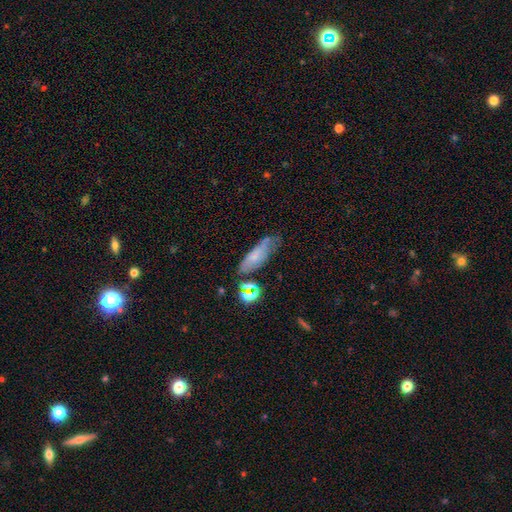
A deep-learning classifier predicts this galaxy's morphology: smooth 64%, featured or disk 24%, star or artifact 13%. Down the decision tree: how rounded — in between (53%); merging — none (49%).